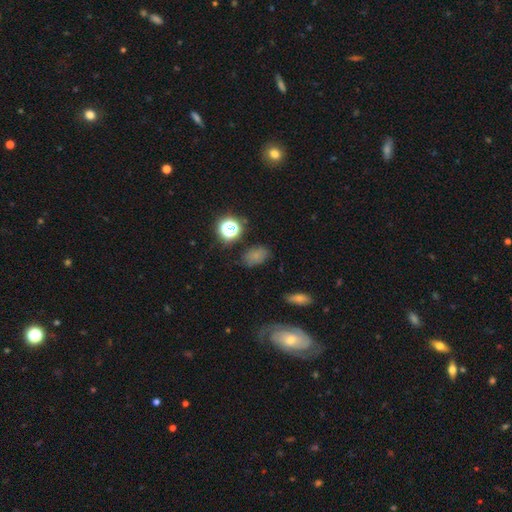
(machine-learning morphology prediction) This is likely a smooth galaxy (66%). How rounded: likely in between (76%). Merging: likely none (73%).